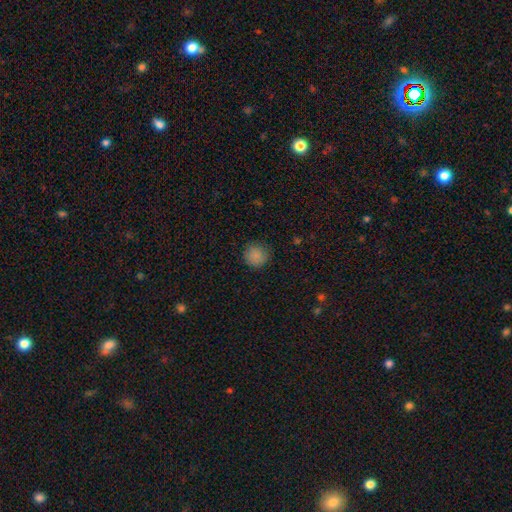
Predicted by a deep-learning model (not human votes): smooth-or-featured: smooth: 86% | star or artifact: 10% | featured or disk: 4%
  how-rounded: round: 93% | in between: 6% | cigar-shaped: 1%
  merging: none: 86% | minor disturbance: 10% | major disturbance: 3% | merger: 1%